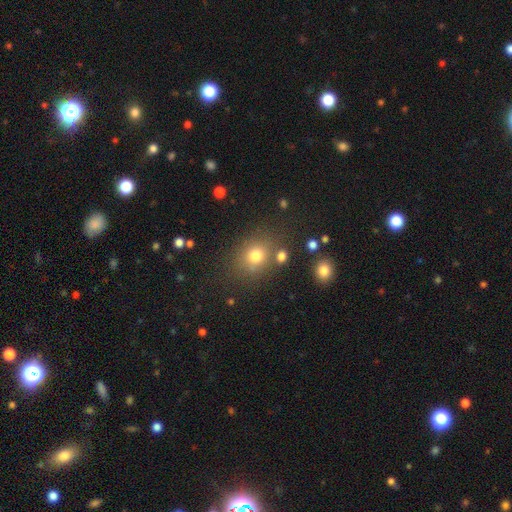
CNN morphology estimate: smooth_or_featured: smooth (p=0.75) [alt: star or artifact p=0.16]
how_rounded: round (p=0.66) [alt: in between p=0.33]
merging: none (p=0.73) [alt: minor disturbance p=0.12]